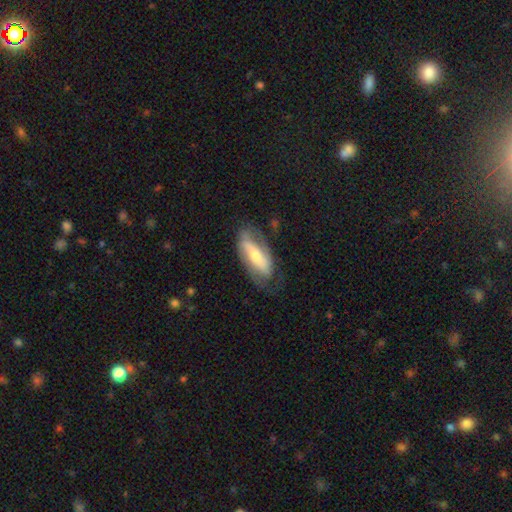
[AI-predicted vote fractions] Smooth or featured? Predicted: featured or disk (p=0.62). Edge-on disk? Predicted: no (p=0.86). Bar? Predicted: strong (p=0.37). Spiral arms? Predicted: yes (p=0.71). Bulge size? Predicted: moderate (p=0.46). Merging? Predicted: none (p=0.58).